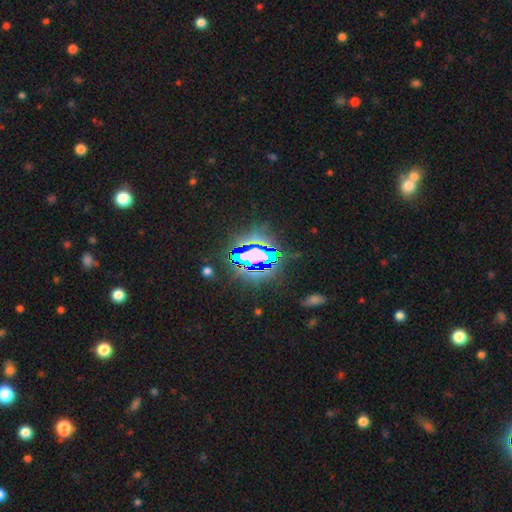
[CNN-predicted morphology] A star or artifact, not a galaxy (83%).